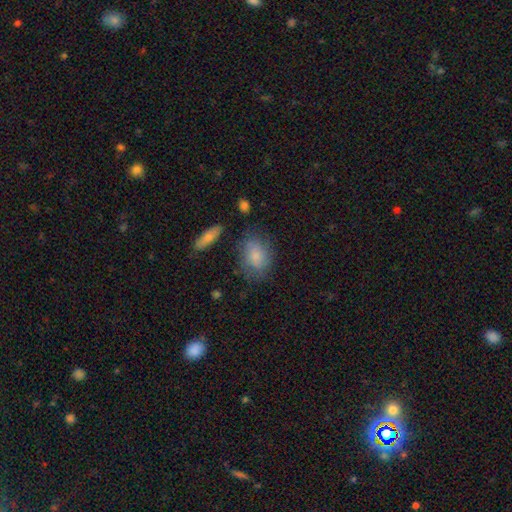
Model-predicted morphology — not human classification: Smooth or featured? Predicted: smooth (p=0.77). How rounded? Predicted: in between (p=0.72). Merging? Predicted: none (p=0.66).